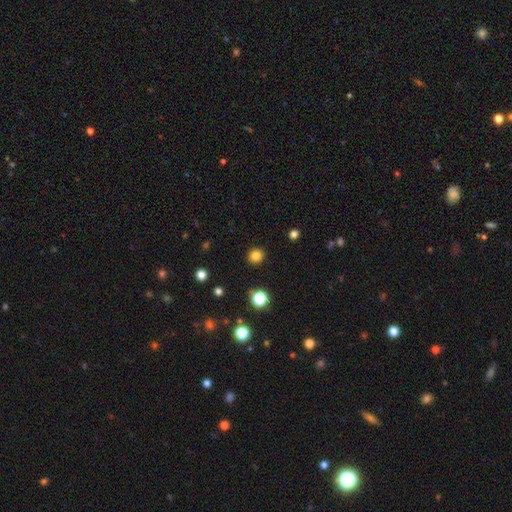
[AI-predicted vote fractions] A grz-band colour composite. It shows a smooth galaxy with no disk features (82%) that is round (90%). Merging: none (91%).